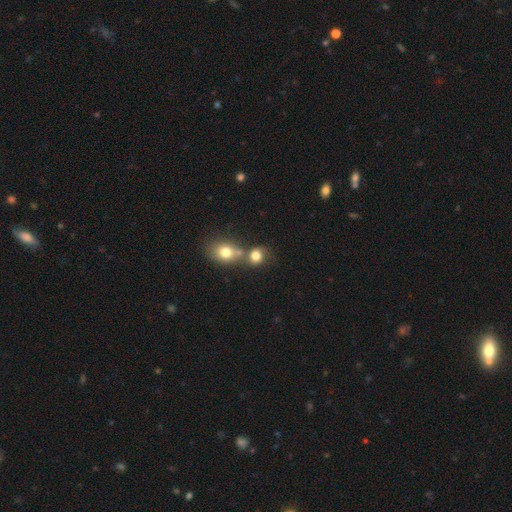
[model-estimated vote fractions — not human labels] Smooth or featured: smooth — 78% (star or artifact — 12%)
How rounded: round — 75% (in between — 24%)
Merging: merger — 46% (none — 39%)